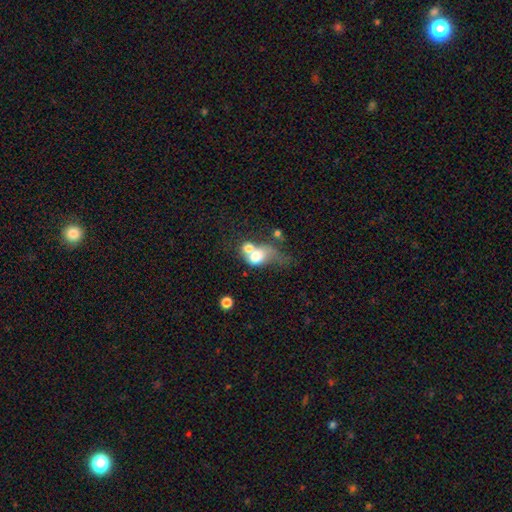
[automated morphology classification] Smooth or featured? smooth (64%)
How rounded? in between (60%)
Merging? merger (64%)